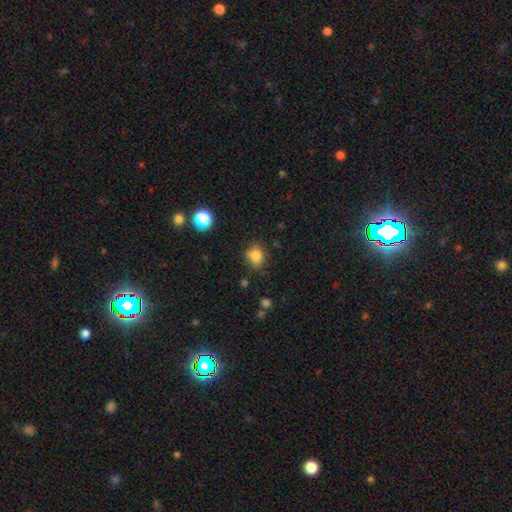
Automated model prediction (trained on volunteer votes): Overall: smooth (81%). How rounded: round (59%; in between 40%). Merging: none (67%).